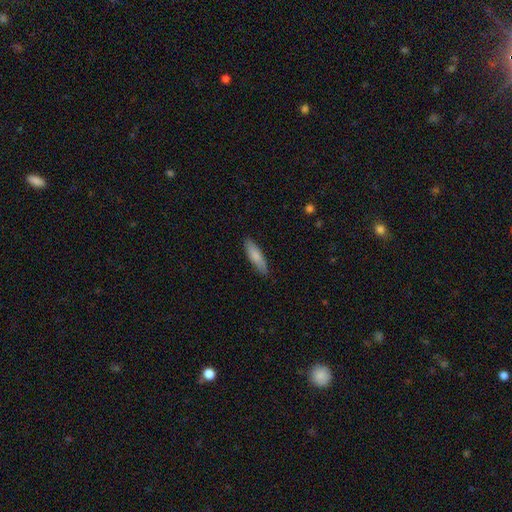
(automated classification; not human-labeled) smooth 81%, featured or disk 13%, star or artifact 5%. Down the decision tree: how rounded — cigar-shaped (61%); merging — none (86%).